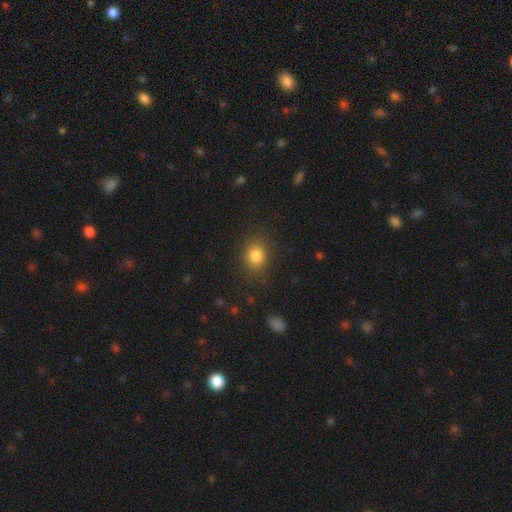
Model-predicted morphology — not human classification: Smooth or featured? smooth (83%)
How rounded? round (66%)
Merging? none (84%)